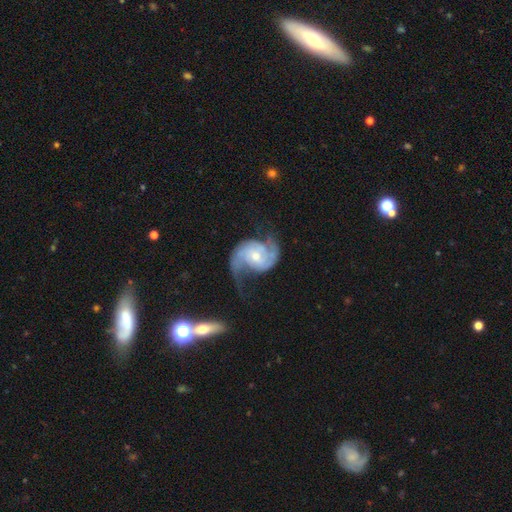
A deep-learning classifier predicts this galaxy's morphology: Smooth or featured? Predicted: featured or disk (p=0.90). Edge-on disk? Predicted: no (p=0.98). Bar? Predicted: no (p=0.58). Spiral arms? Predicted: yes (p=0.97). Spiral winding? Predicted: loose (p=0.43). Spiral arm count? Predicted: 2 (p=0.91). Bulge size? Predicted: moderate (p=0.50). Merging? Predicted: none (p=0.60).